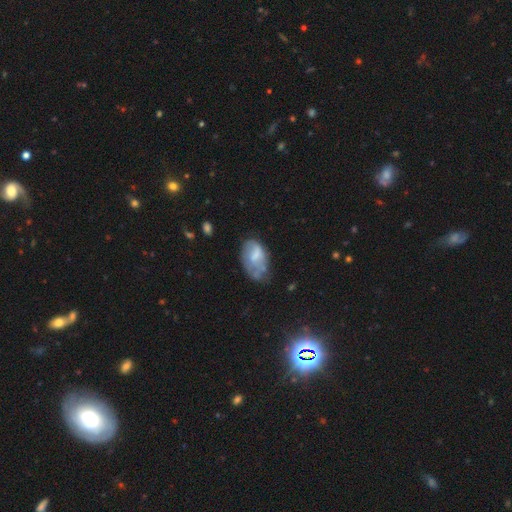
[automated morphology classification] Smooth or featured?
  - smooth: 54% *
  - featured or disk: 38%
  - star or artifact: 8%
How rounded?
  - in between: 90% *
  - round: 8%
  - cigar-shaped: 2%
Merging?
  - minor disturbance: 36% *
  - none: 34%
  - major disturbance: 23%
  - merger: 7%